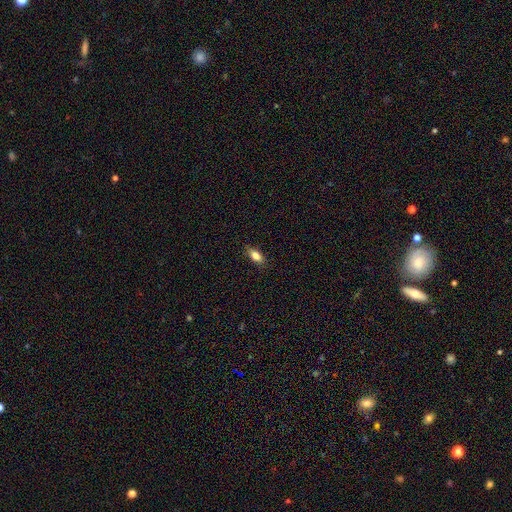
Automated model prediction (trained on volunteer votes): Smooth or featured? smooth (82%)
How rounded? in between (85%)
Merging? none (86%)